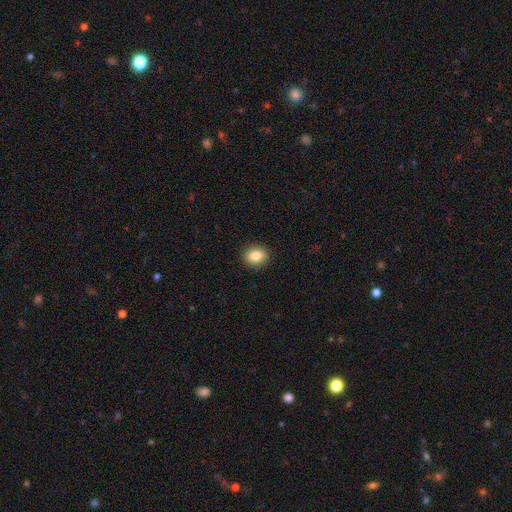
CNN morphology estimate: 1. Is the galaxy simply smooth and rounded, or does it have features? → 82% smooth, 10% star or artifact, 9% featured or disk.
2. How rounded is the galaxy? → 72% round, 27% in between, 1% cigar-shaped.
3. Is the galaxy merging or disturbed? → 91% none, 6% minor disturbance, 2% major disturbance, 1% merger.